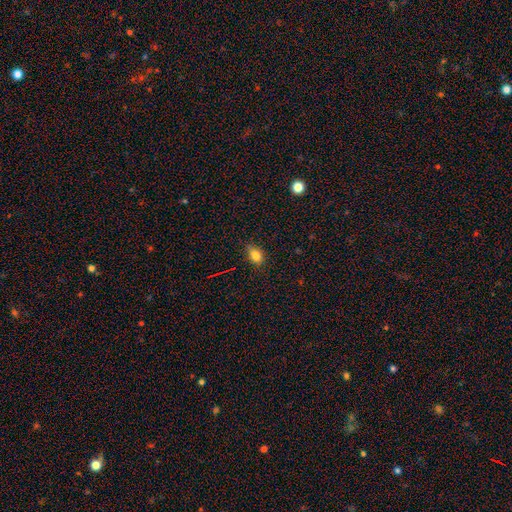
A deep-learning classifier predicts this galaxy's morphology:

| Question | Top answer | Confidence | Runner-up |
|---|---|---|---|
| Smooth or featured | smooth | 80% | star or artifact (13%) |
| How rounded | in between | 75% | round (22%) |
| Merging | none | 72% | minor disturbance (22%) |